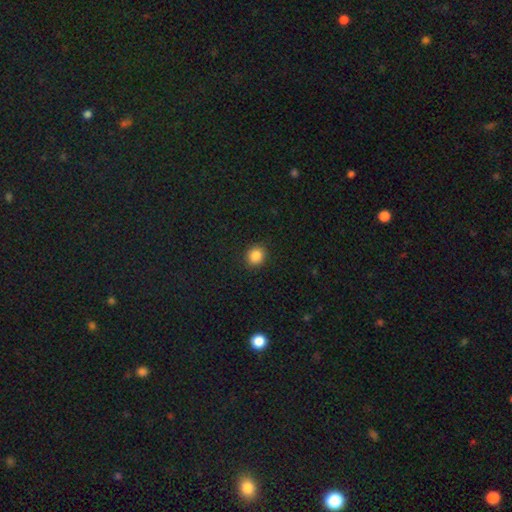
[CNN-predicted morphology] type=smooth (86%); roundness=round (76%); merging=none (90%).